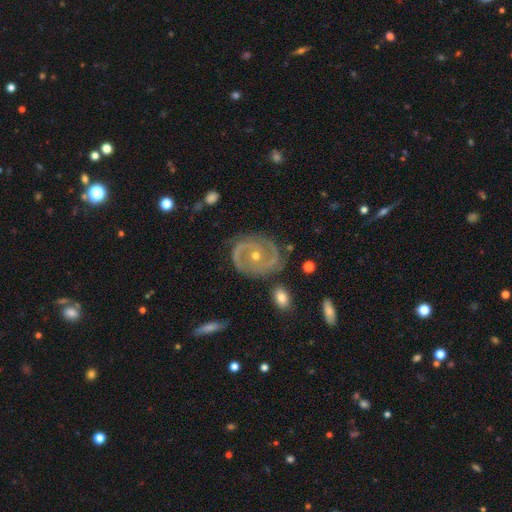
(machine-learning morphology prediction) Smooth or featured?
  - featured or disk: 89% *
  - smooth: 6%
  - star or artifact: 5%
Edge-on disk?
  - no: 97% *
  - yes: 3%
Bar?
  - no: 64% *
  - weak: 24%
  - strong: 12%
Spiral arms?
  - yes: 94% *
  - no: 6%
Spiral winding?
  - tight: 51% *
  - medium: 38%
  - loose: 10%
Spiral arm count?
  - 2: 78% *
  - can't tell: 8%
  - 3: 7%
  - 1: 4%
  - 4: 2%
  - more than 4: 2%
Bulge size?
  - small: 50% *
  - moderate: 47%
  - large: 1%
  - none: 1%
  - dominant: 1%
Merging?
  - none: 78% *
  - minor disturbance: 14%
  - major disturbance: 5%
  - merger: 2%